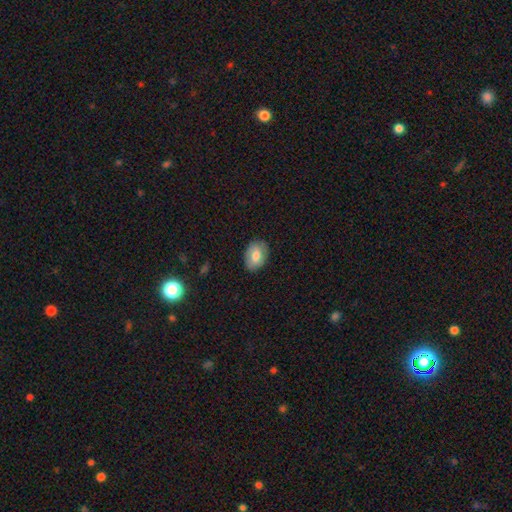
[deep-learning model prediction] This appears to be a smooth galaxy with no disk features (73%) that is in between round and cigar-shaped (85%). Merging: none (84%).